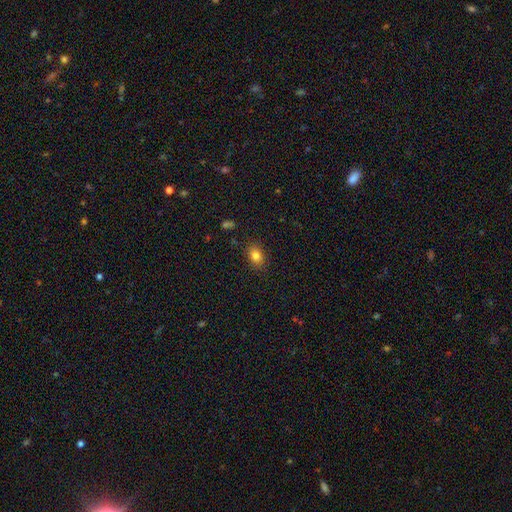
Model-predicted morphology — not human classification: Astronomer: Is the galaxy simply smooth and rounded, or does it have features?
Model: smooth — 82%.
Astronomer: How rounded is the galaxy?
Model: in between — 69%.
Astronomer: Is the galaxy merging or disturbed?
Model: none — 87%.